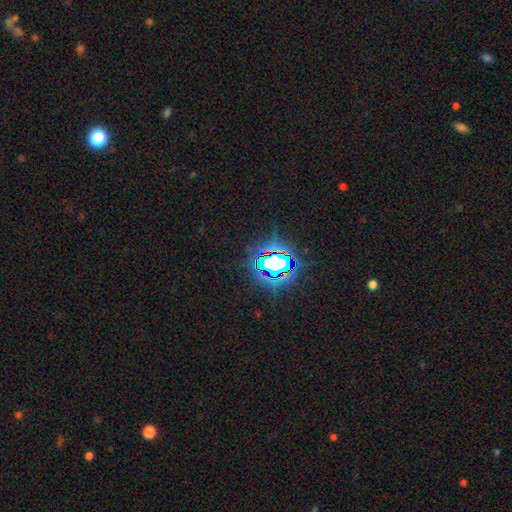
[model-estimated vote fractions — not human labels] Smooth or featured: star or artifact — 84% (smooth — 10%)